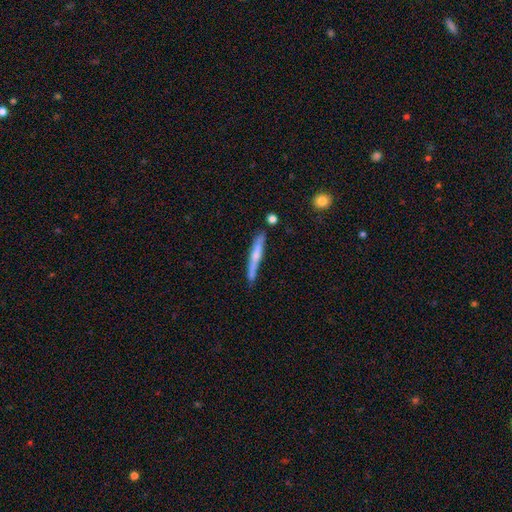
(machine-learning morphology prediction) Smooth or featured? featured or disk (49%)
Merging? none (76%)